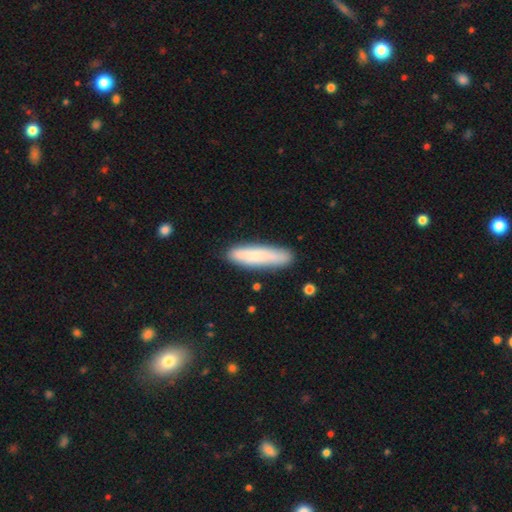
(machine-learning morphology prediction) A smooth galaxy with no disk features (77%) that is cigar-shaped (84%).

Vote fractions:
- Smooth or featured? smooth: 77% / featured or disk: 17% / star or artifact: 6%
- How rounded? cigar-shaped: 84% / in between: 14% / round: 1%
- Merging? none: 84% / minor disturbance: 12% / major disturbance: 2% / merger: 2%